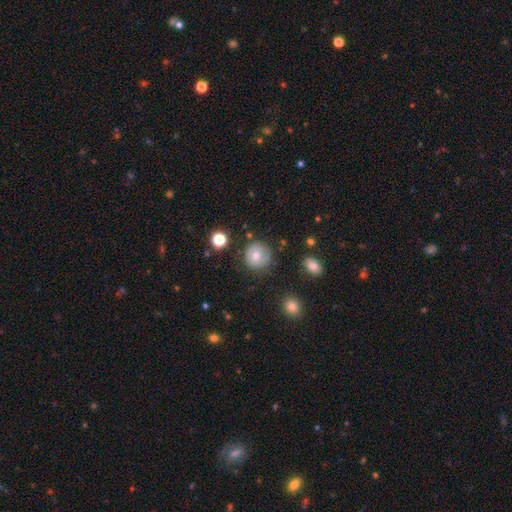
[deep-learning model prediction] A smooth galaxy with no disk features (63%) that is round (93%).

Vote fractions:
- Smooth or featured? smooth: 63% / featured or disk: 26% / star or artifact: 11%
- How rounded? round: 93% / in between: 6% / cigar-shaped: 1%
- Merging? none: 80% / minor disturbance: 14% / major disturbance: 4% / merger: 2%